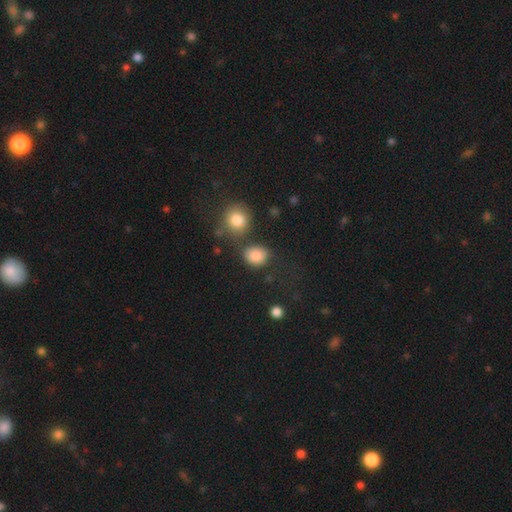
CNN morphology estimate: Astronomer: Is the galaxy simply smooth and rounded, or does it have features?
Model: smooth — 85%.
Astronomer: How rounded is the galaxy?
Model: round — 67%.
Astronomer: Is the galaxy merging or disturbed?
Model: none — 63%.